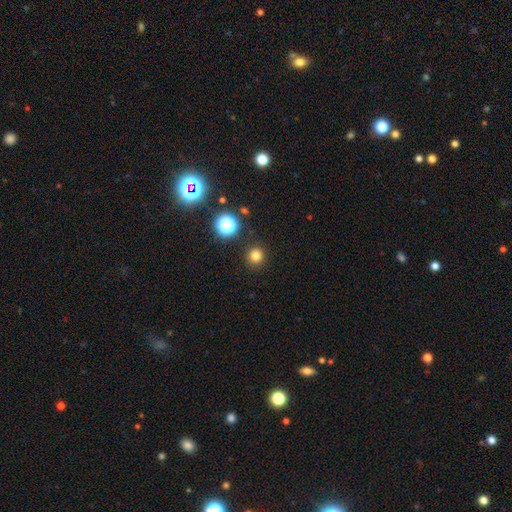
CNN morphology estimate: type=smooth (78%); roundness=round (93%); merging=none (91%).